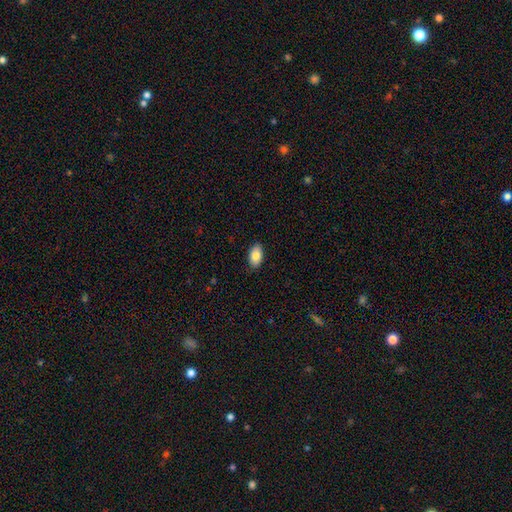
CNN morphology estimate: Smooth or featured?
  - smooth: 84% *
  - featured or disk: 9%
  - star or artifact: 7%
How rounded?
  - in between: 94% *
  - round: 4%
  - cigar-shaped: 2%
Merging?
  - none: 88% *
  - minor disturbance: 9%
  - major disturbance: 2%
  - merger: 1%